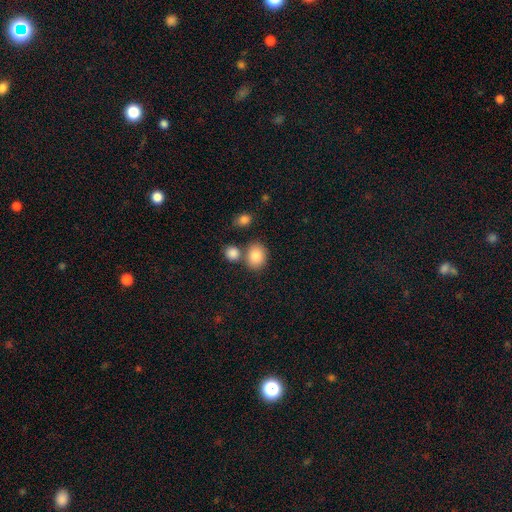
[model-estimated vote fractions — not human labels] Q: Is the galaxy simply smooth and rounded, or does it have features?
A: smooth — 83%.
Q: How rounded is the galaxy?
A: round — 59%.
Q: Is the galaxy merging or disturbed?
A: none — 66%.